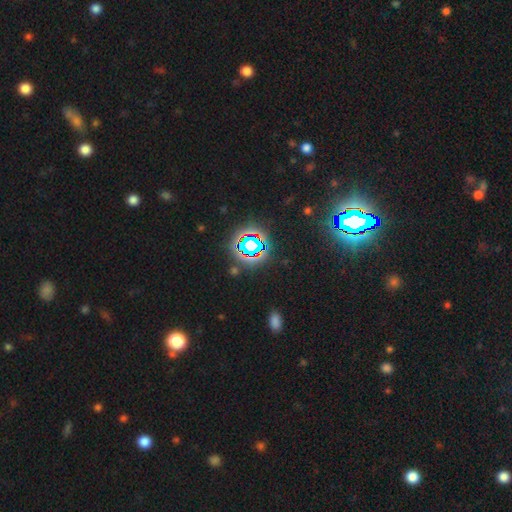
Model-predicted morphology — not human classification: smooth-or-featured: star or artifact: 77% | smooth: 13% | featured or disk: 10%